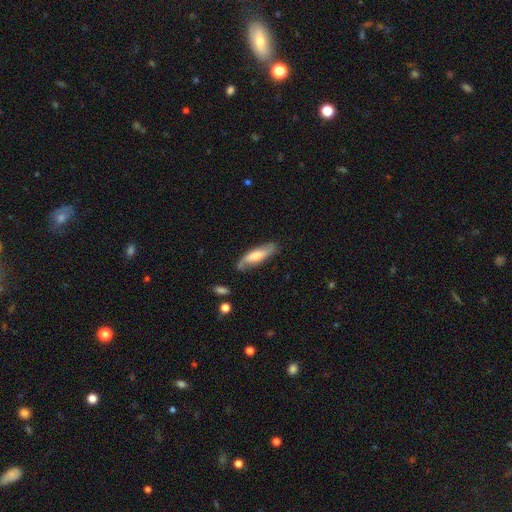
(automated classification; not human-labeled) A smooth galaxy with no disk features (56%) that is cigar-shaped (62%). Merging: none (72%).